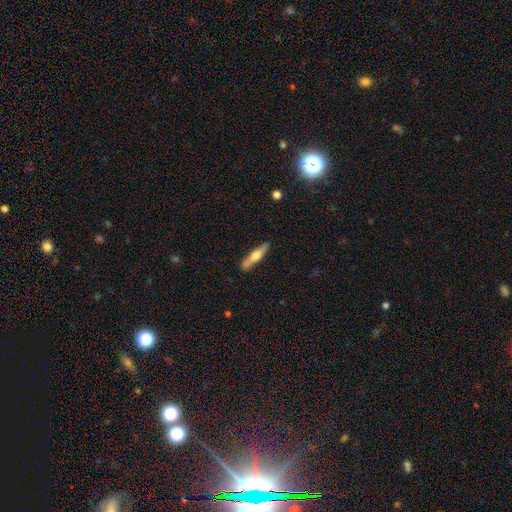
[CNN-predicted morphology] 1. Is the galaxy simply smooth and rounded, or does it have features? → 52% featured or disk, 42% smooth, 6% star or artifact.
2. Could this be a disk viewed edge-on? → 94% yes, 6% no.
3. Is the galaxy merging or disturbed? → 82% none, 12% minor disturbance, 4% merger, 2% major disturbance.